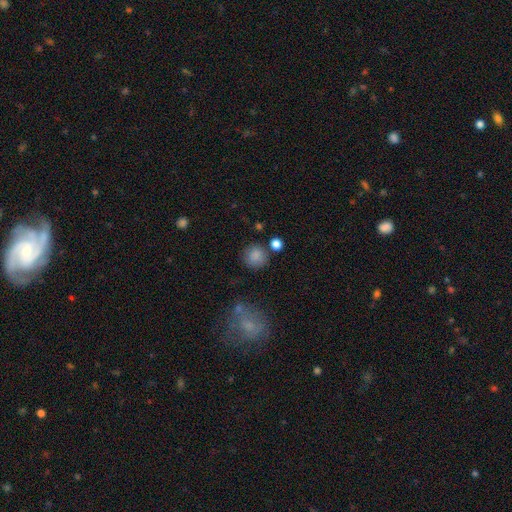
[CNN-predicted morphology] Q: Smooth or featured?
A: smooth (84%); runner-up: star or artifact (10%)
Q: How rounded?
A: round (91%); runner-up: in between (8%)
Q: Merging?
A: none (78%); runner-up: minor disturbance (11%)